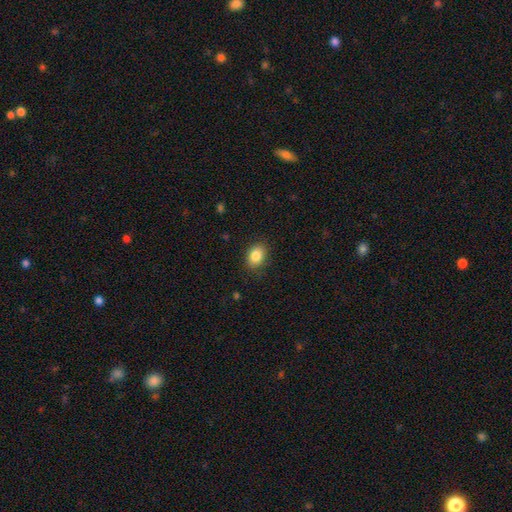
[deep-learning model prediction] smooth 85%, star or artifact 9%, featured or disk 6%. Down the decision tree: how rounded — in between (73%); merging — none (87%).